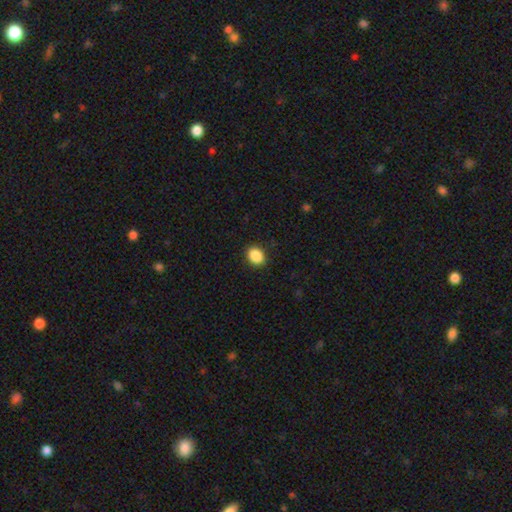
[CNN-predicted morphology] This is clearly a smooth galaxy (89%). How rounded: possibly in between (55%). Merging: clearly none (90%).